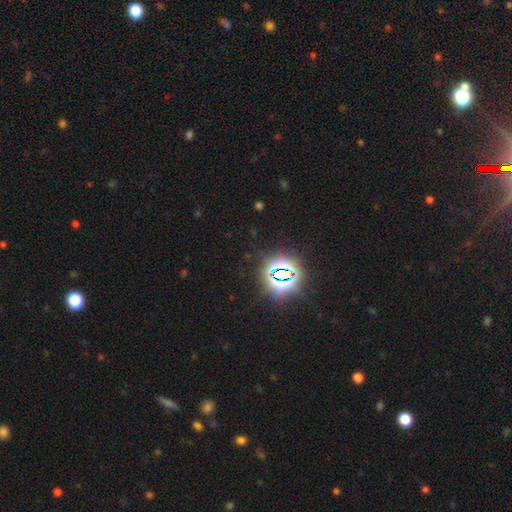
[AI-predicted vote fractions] star or artifact 82%, smooth 12%, featured or disk 6%.